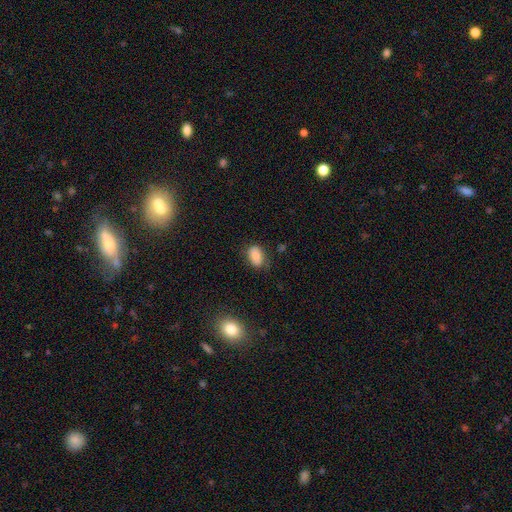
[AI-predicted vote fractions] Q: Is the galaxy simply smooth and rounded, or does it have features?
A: smooth — 81%.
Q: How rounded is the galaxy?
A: in between — 84%.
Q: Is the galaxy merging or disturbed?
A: none — 72%.